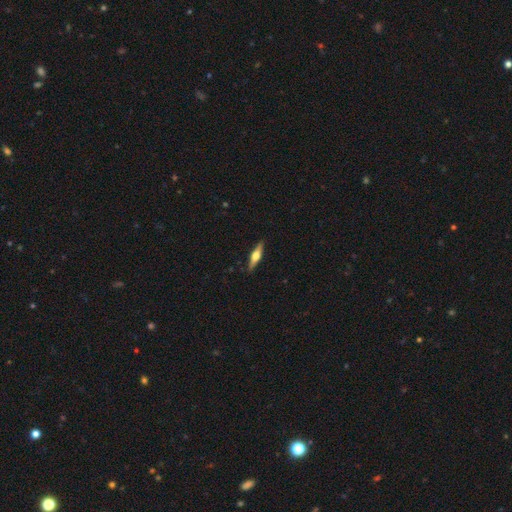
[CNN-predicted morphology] Smooth or featured?
  - featured or disk: 63% *
  - smooth: 32%
  - star or artifact: 6%
Edge-on disk?
  - yes: 96% *
  - no: 4%
Edge-on bulge?
  - rounded: 92% *
  - boxy: 6%
  - none: 2%
Merging?
  - none: 90% *
  - minor disturbance: 8%
  - major disturbance: 2%
  - merger: 1%